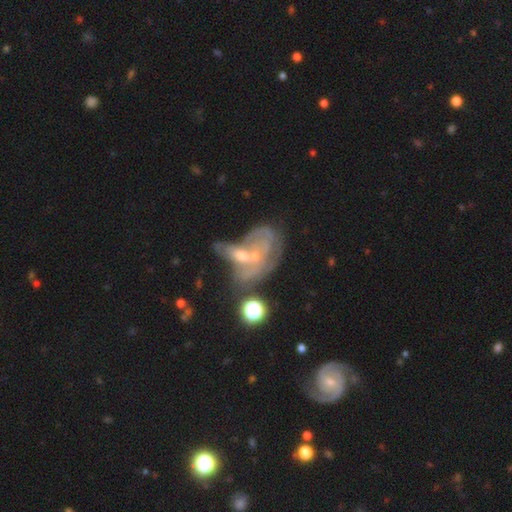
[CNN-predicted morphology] Overall: featured or disk (61%; smooth 25%). Edge-on disk: no (94%). Bar: no (75%). Spiral arms: yes (53%; no 47%). Bulge size: small (59%; moderate 31%). Merging: merger (61%).